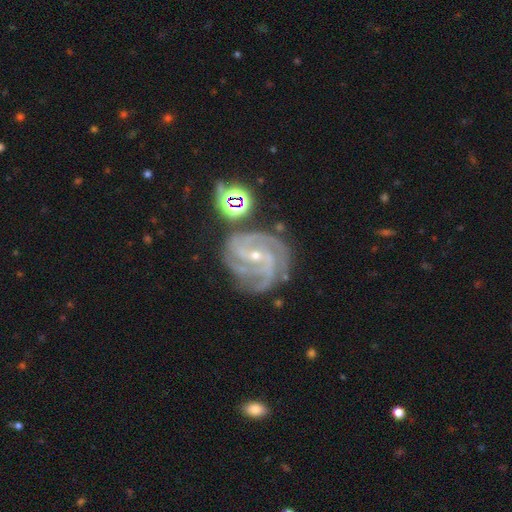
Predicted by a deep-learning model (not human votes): This appears to be a featured or disk galaxy (90%) with a weak bar (41%), 3 (36%) tight (56%) spiral arms (98%) and a small central bulge (76%). Merging: none (68%).